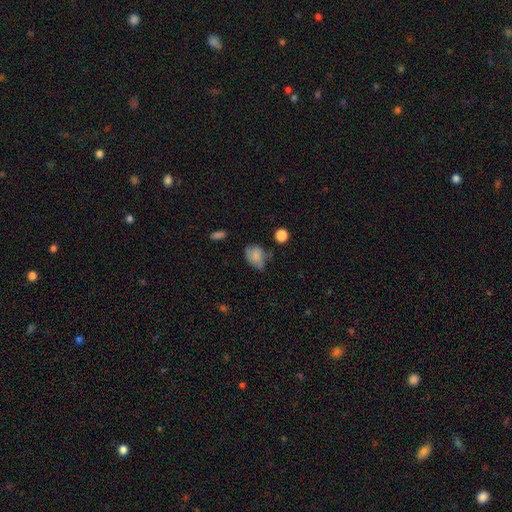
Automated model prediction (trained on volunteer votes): smooth-or-featured: smooth: 71% | featured or disk: 19% | star or artifact: 10%
  how-rounded: in between: 68% | round: 31% | cigar-shaped: 1%
  merging: none: 40% | minor disturbance: 38% | major disturbance: 17% | merger: 5%